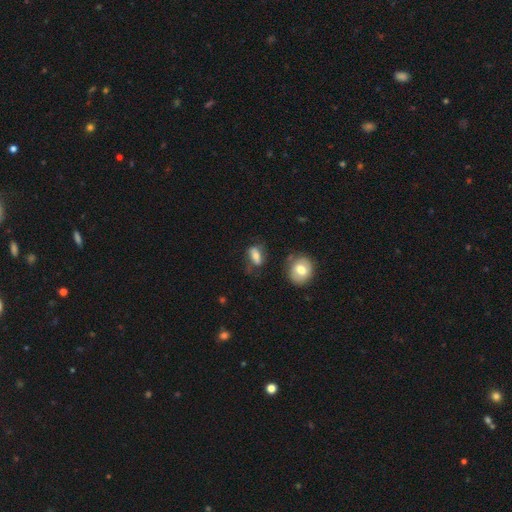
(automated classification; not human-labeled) Morphology: type=smooth (61%); roundness=in between (76%); merging=none (53%).